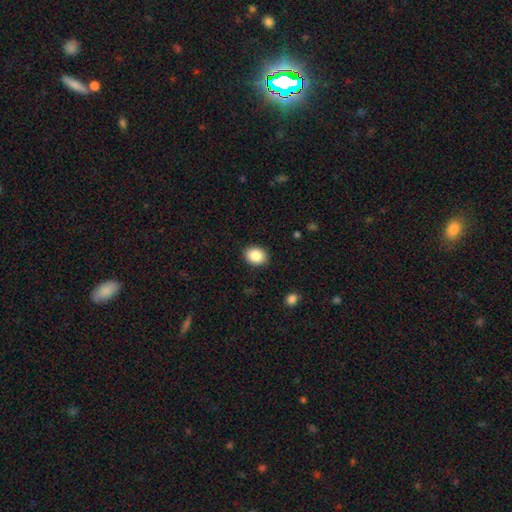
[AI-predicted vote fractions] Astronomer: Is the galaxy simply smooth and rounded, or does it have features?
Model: smooth — 87%.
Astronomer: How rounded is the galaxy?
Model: in between — 52% (runner-up: round, 47%).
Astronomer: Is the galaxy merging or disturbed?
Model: none — 90%.